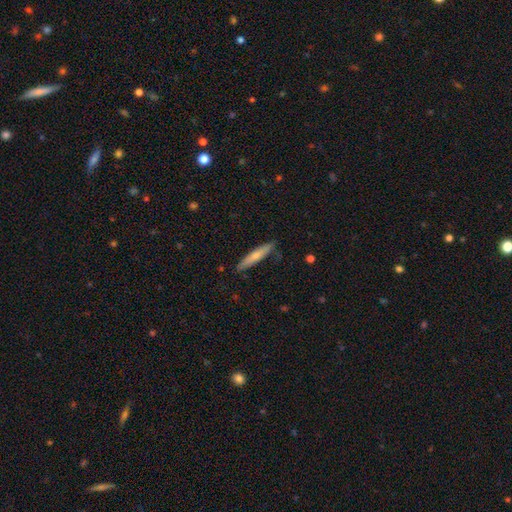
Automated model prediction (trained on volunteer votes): smooth-or-featured: smooth: 64% | featured or disk: 31% | star or artifact: 6%
  how-rounded: cigar-shaped: 90% | in between: 9% | round: 1%
  merging: none: 85% | minor disturbance: 12% | major disturbance: 2% | merger: 1%